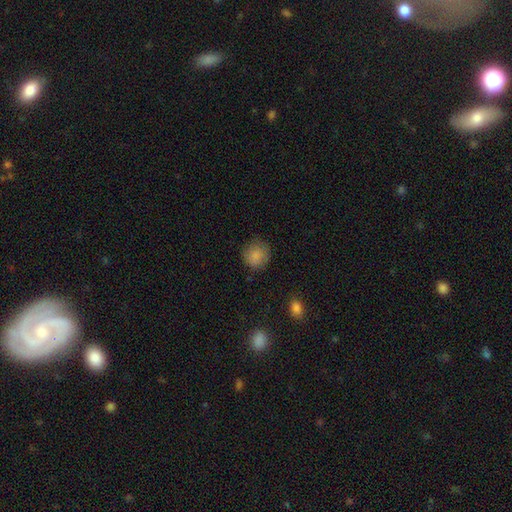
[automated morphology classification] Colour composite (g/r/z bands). It shows a smooth galaxy with no disk features (86%) that is round (88%). Merging: none (81%).